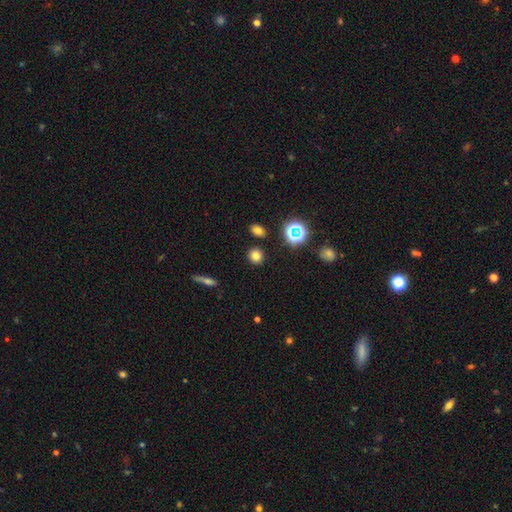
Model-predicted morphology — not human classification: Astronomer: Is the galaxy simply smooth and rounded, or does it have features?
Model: smooth — 75%.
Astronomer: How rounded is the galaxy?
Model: round — 80%.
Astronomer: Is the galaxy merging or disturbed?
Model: none — 87%.